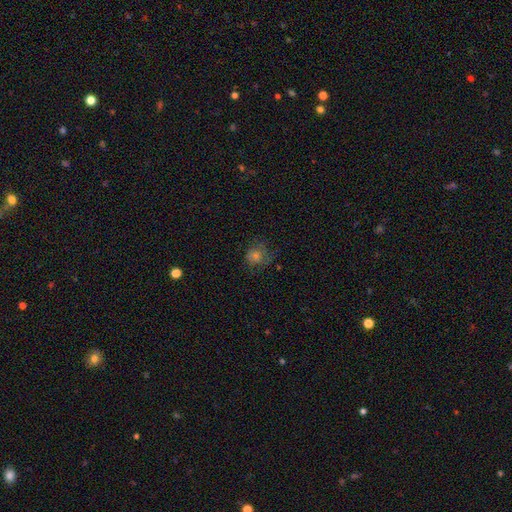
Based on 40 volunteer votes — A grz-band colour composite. It shows a smooth galaxy with no disk features (70%) that is round (86%). Merging: none (61%).